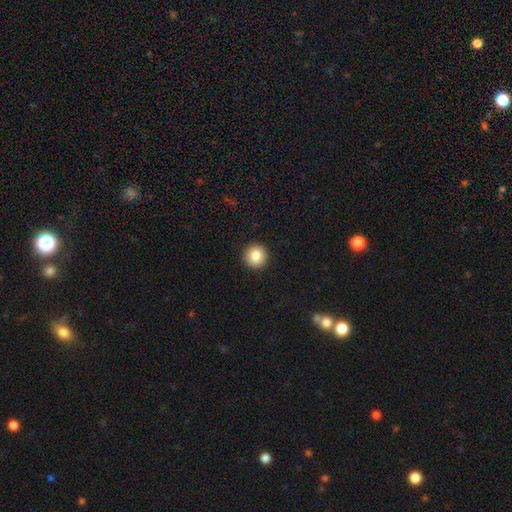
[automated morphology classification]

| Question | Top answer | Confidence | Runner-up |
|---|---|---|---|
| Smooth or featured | smooth | 86% | star or artifact (9%) |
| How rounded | round | 94% | in between (5%) |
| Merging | none | 93% | minor disturbance (5%) |